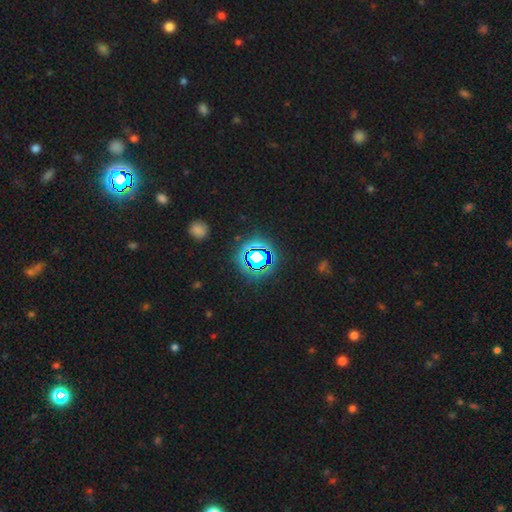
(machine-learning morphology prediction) smooth_or_featured: star or artifact (p=0.75) [alt: smooth p=0.17]